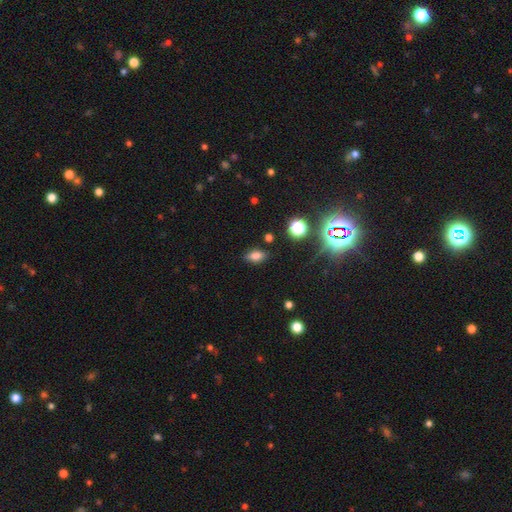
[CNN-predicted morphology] Overall: smooth (76%). How rounded: in between (86%). Merging: none (84%).